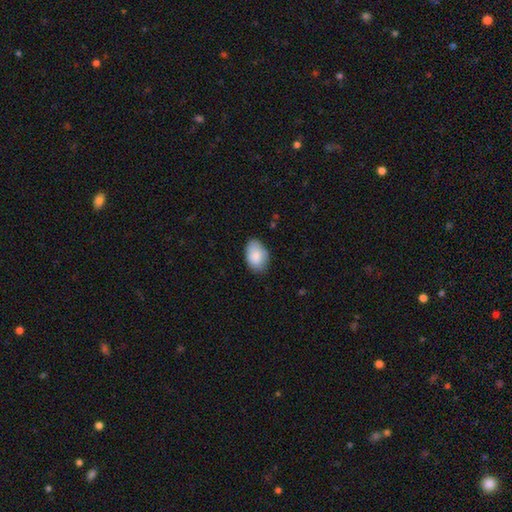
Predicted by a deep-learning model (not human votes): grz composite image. It shows a smooth galaxy with no disk features (86%) that is in between round and cigar-shaped (90%). Merging: none (75%).